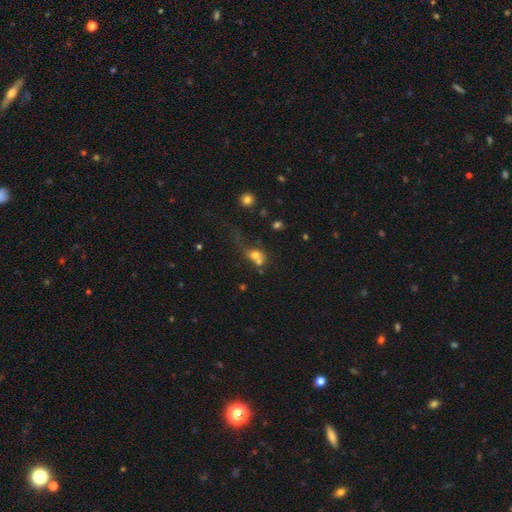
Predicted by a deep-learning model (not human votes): smooth_or_featured: smooth (p=0.68) [alt: featured or disk p=0.18]
how_rounded: round (p=0.55) [alt: in between p=0.42]
merging: merger (p=0.53) [alt: none p=0.23]